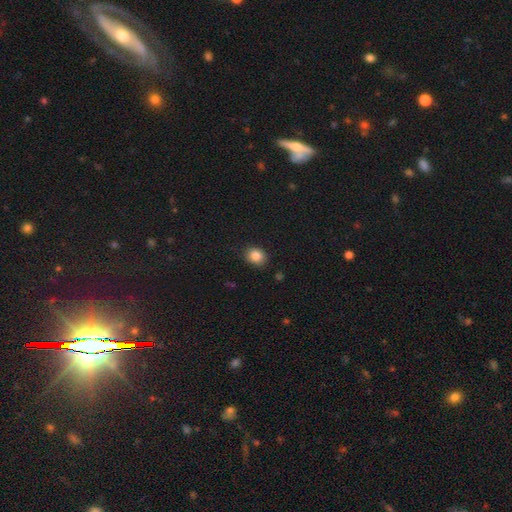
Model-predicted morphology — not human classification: This is clearly a smooth galaxy (85%). How rounded: possibly round (55%). Merging: clearly none (84%).